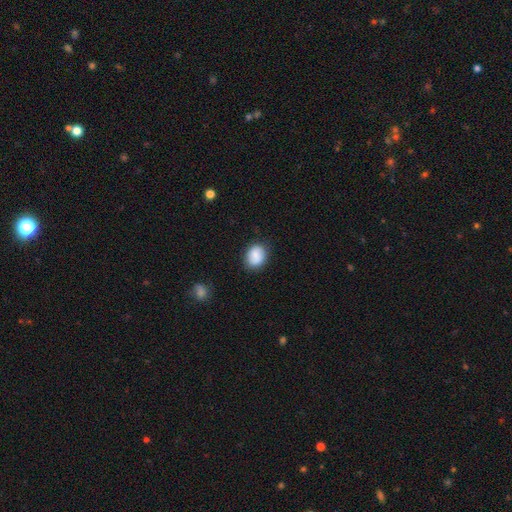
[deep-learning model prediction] Smooth or featured? smooth (81%)
How rounded? in between (54%)
Merging? none (80%)